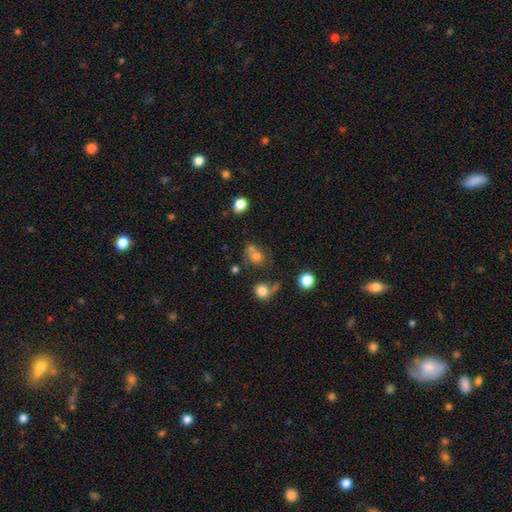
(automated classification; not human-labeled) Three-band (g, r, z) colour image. It shows a smooth galaxy with no disk features (70%) that is round (62%). Merging: none (42%).